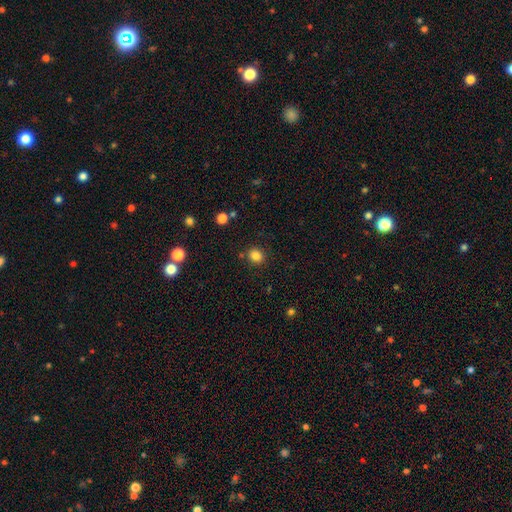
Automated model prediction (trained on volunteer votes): smooth_or_featured: smooth (p=0.84) [alt: star or artifact p=0.12]
how_rounded: round (p=0.73) [alt: in between p=0.26]
merging: none (p=0.84) [alt: minor disturbance p=0.09]